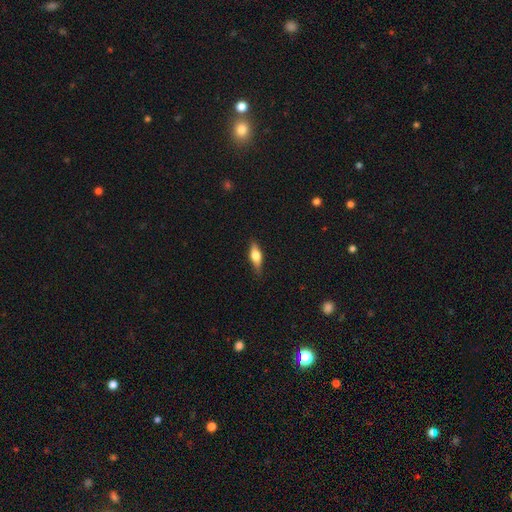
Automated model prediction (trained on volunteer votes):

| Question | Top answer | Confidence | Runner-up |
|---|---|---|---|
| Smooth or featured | smooth | 52% | featured or disk (41%) |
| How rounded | in between | 53% | cigar-shaped (43%) |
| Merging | none | 83% | minor disturbance (14%) |